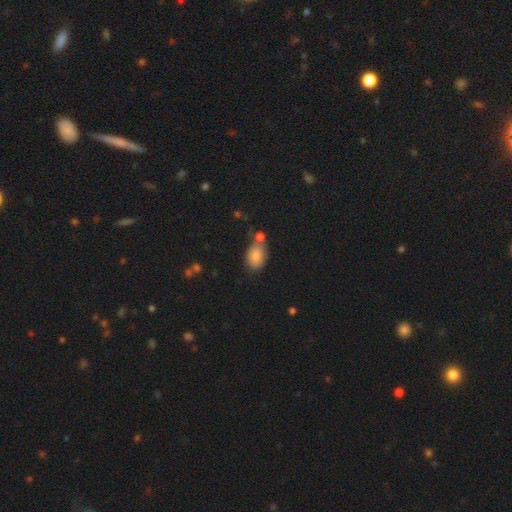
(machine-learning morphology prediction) smooth-or-featured: smooth: 82% | featured or disk: 10% | star or artifact: 8%
  how-rounded: in between: 88% | round: 11% | cigar-shaped: 2%
  merging: none: 53% | merger: 22% | minor disturbance: 20% | major disturbance: 6%